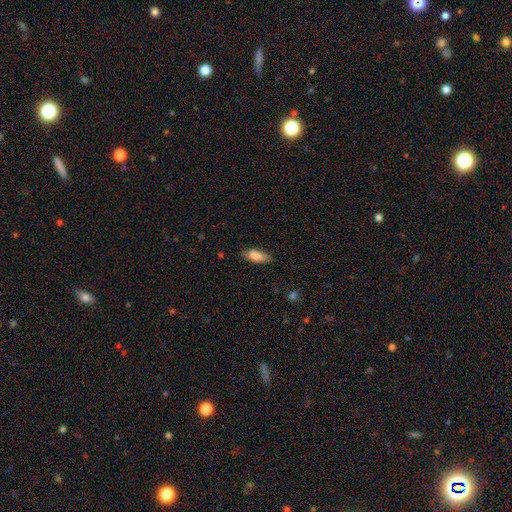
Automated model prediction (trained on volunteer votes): This appears to be a smooth galaxy with no disk features (85%) that is in between round and cigar-shaped (67%). Merging: none (76%).